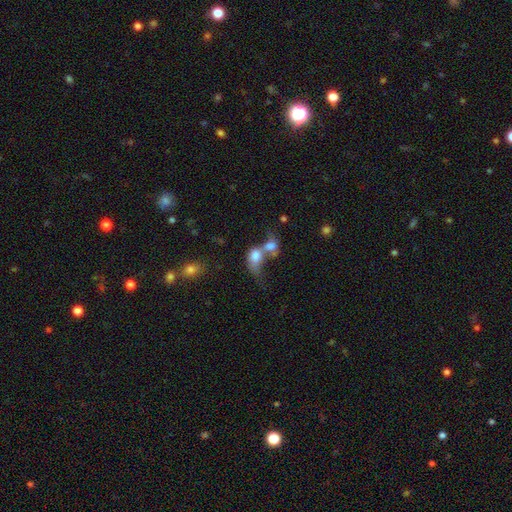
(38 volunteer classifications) Overall: smooth (76%). How rounded: in between (66%; round 34%). Merging: merger (81%).